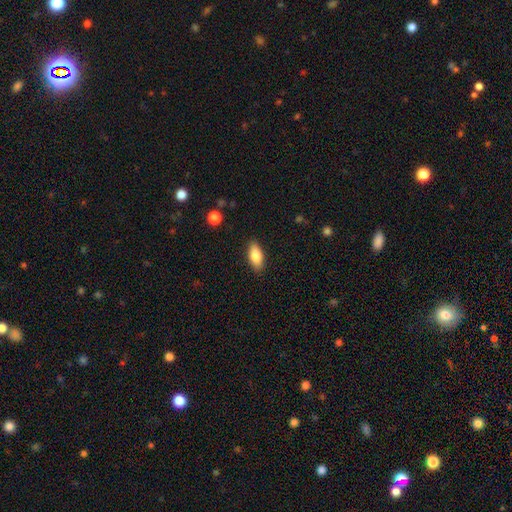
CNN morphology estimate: Smooth or featured? smooth (84%)
How rounded? in between (85%)
Merging? none (87%)